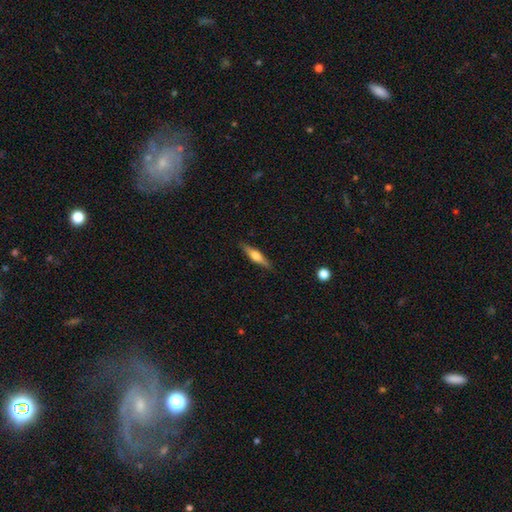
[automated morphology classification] Q: Smooth or featured?
A: featured or disk (53%); runner-up: smooth (41%)
Q: Edge-on disk?
A: yes (95%); runner-up: no (5%)
Q: Edge-on bulge?
A: rounded (89%); runner-up: boxy (7%)
Q: Merging?
A: none (88%); runner-up: minor disturbance (9%)